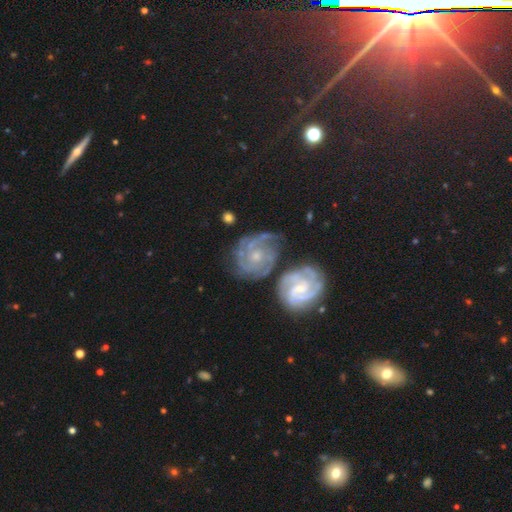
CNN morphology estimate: Smooth or featured?
  - featured or disk: 85% *
  - smooth: 9%
  - star or artifact: 6%
Edge-on disk?
  - no: 97% *
  - yes: 3%
Bar?
  - no: 64% *
  - weak: 29%
  - strong: 7%
Spiral arms?
  - yes: 96% *
  - no: 4%
Spiral winding?
  - tight: 63% *
  - medium: 31%
  - loose: 6%
Spiral arm count?
  - 3: 36% *
  - can't tell: 23%
  - 2: 19%
  - 4: 12%
  - 1: 5%
  - more than 4: 5%
Bulge size?
  - small: 55% *
  - moderate: 38%
  - none: 4%
  - large: 2%
  - dominant: 1%
Merging?
  - none: 50% *
  - merger: 25%
  - minor disturbance: 17%
  - major disturbance: 8%